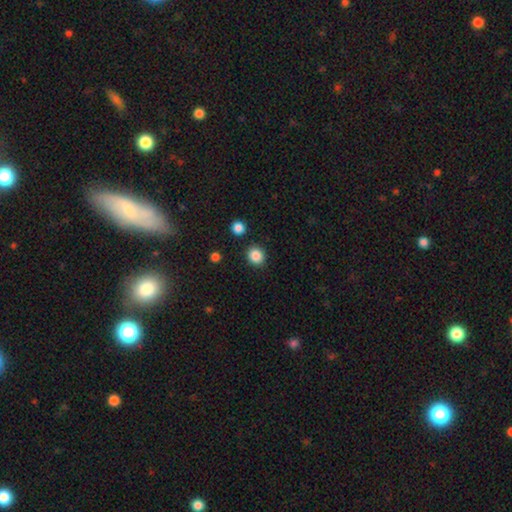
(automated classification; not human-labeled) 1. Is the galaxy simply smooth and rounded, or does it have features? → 86% smooth, 10% star or artifact, 4% featured or disk.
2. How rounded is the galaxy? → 80% round, 19% in between, 1% cigar-shaped.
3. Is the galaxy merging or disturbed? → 88% none, 7% minor disturbance, 3% merger, 2% major disturbance.